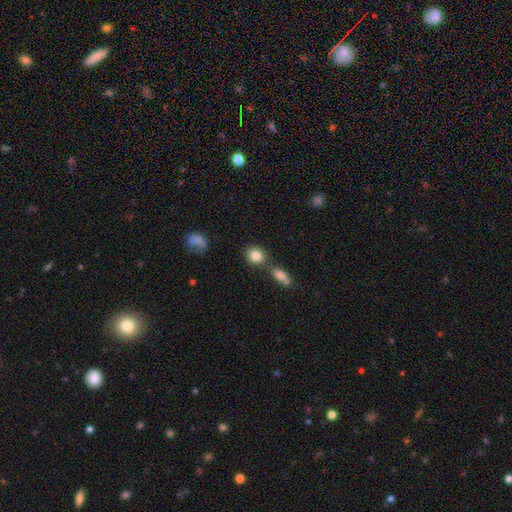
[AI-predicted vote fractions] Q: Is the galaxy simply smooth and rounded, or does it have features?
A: smooth — 83%.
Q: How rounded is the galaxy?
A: round — 74%.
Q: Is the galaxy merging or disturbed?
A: none — 60%.